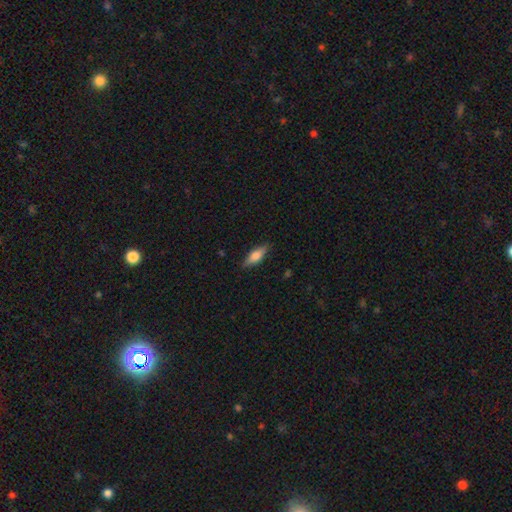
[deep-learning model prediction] Smooth or featured: smooth — 61% (featured or disk — 32%)
How rounded: in between — 54% (cigar-shaped — 43%)
Merging: none — 85% (minor disturbance — 11%)